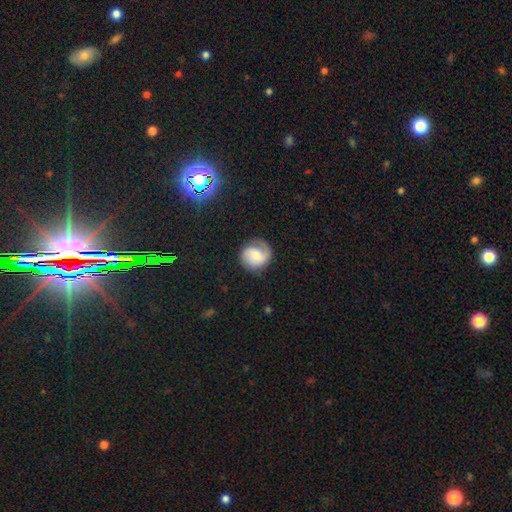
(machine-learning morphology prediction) smooth-or-featured: featured or disk: 59% | smooth: 33% | star or artifact: 8%
  disk-edge-on: no: 98% | yes: 2%
    bar: no: 51% | weak: 39% | strong: 9%
    has-spiral-arms: yes: 91% | no: 9%
      spiral-winding: medium: 41% | tight: 40% | loose: 19%
      spiral-arm-count: 2: 62% | 1: 25% | can't tell: 9% | 3: 2% | 4: 1% | more than 4: 1%
    bulge-size: moderate: 45% | small: 39% | large: 7% | none: 6% | dominant: 2%
  merging: none: 76% | minor disturbance: 16% | major disturbance: 7% | merger: 1%